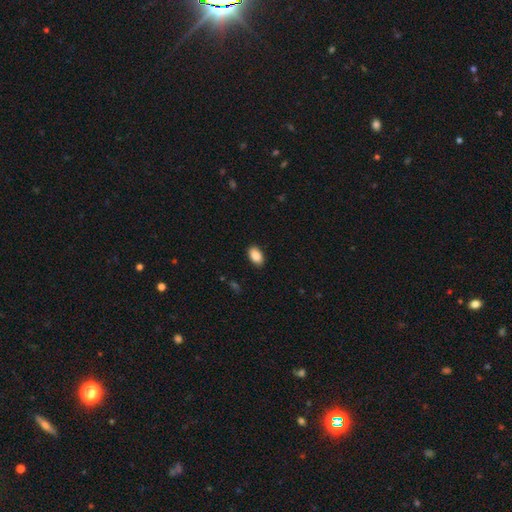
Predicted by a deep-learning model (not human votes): Smooth or featured: smooth — 89% (star or artifact — 7%)
How rounded: in between — 92% (round — 6%)
Merging: none — 89% (minor disturbance — 8%)